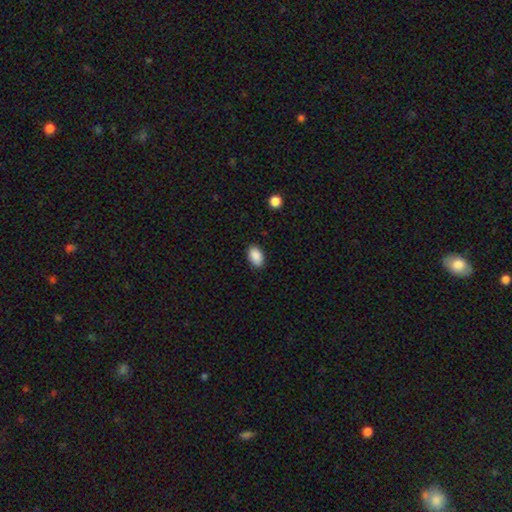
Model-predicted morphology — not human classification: smooth_or_featured: smooth (p=0.90) [alt: star or artifact p=0.07]
how_rounded: in between (p=0.92) [alt: round p=0.06]
merging: none (p=0.87) [alt: minor disturbance p=0.10]